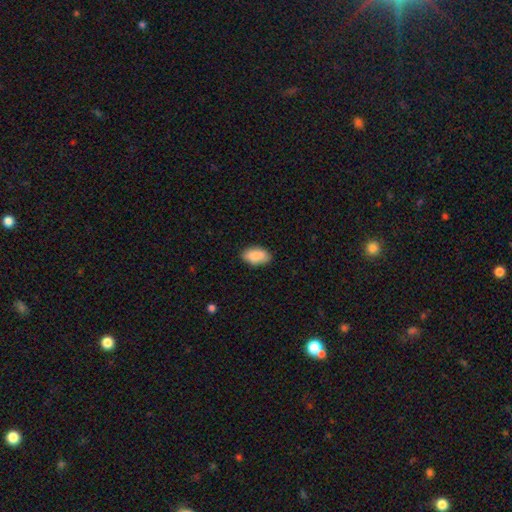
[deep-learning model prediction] This appears to be a smooth galaxy with no disk features (89%) that is in between round and cigar-shaped (94%). Merging: none (85%).